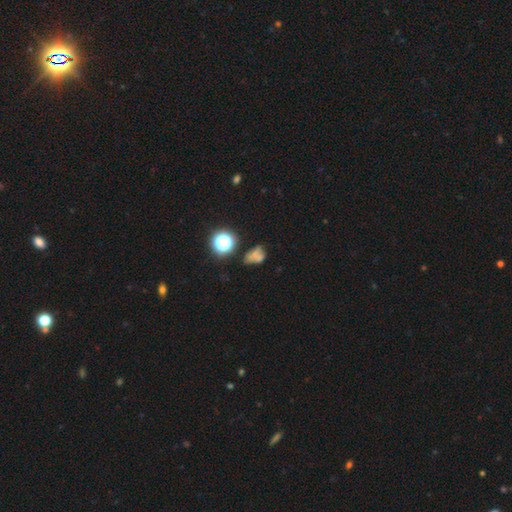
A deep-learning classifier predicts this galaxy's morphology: Smooth or featured? Predicted: smooth (p=0.49). Merging? Predicted: none (p=0.35).